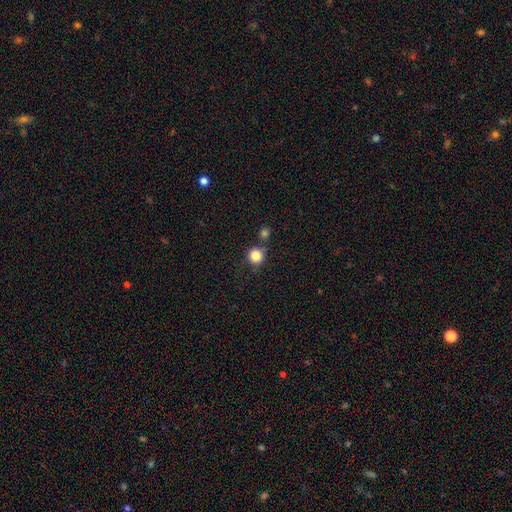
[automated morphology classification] smooth 84%, star or artifact 11%, featured or disk 5%. Down the decision tree: how rounded — round (92%); merging — none (72%).